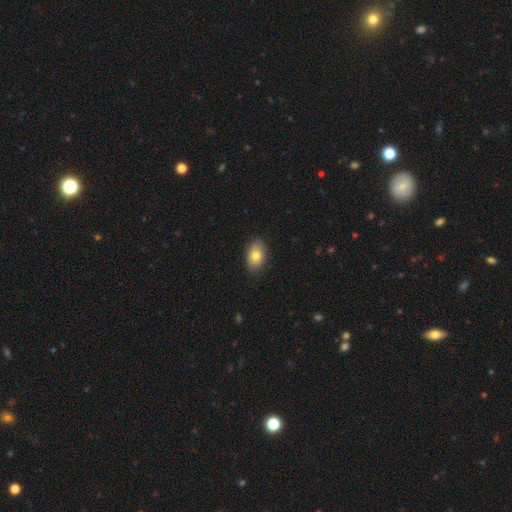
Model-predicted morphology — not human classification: smooth-or-featured: smooth: 79% | featured or disk: 13% | star or artifact: 8%
  how-rounded: in between: 88% | round: 11% | cigar-shaped: 1%
  merging: none: 87% | minor disturbance: 10% | major disturbance: 2% | merger: 1%